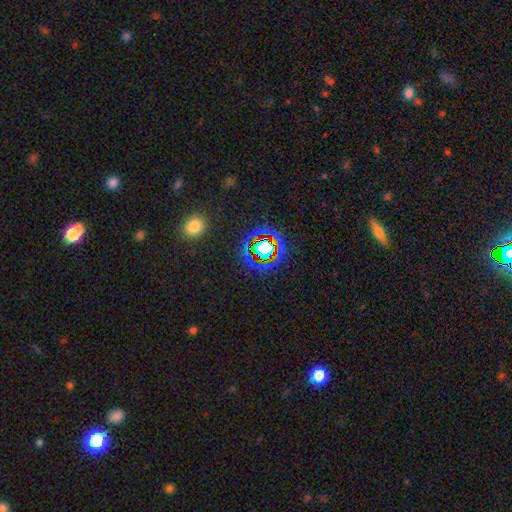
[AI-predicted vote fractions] smooth-or-featured: star or artifact: 70% | smooth: 20% | featured or disk: 10%